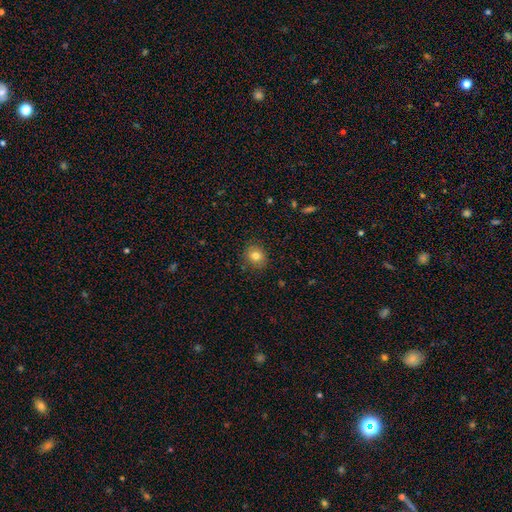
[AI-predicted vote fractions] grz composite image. It shows a smooth galaxy with no disk features (79%) that is round (75%). Merging: none (86%).